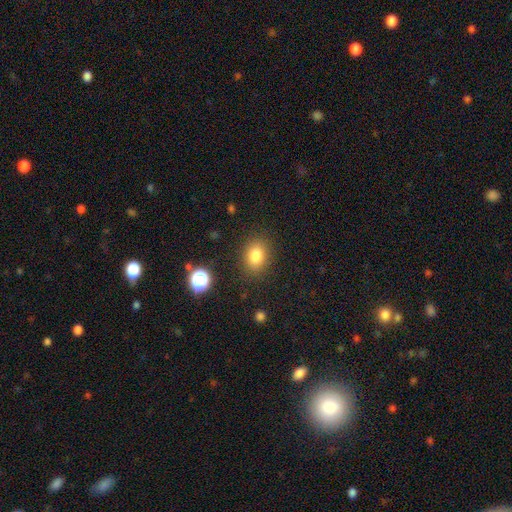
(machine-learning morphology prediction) smooth 81%, star or artifact 12%, featured or disk 7%. Down the decision tree: how rounded — in between (60%); merging — none (85%).